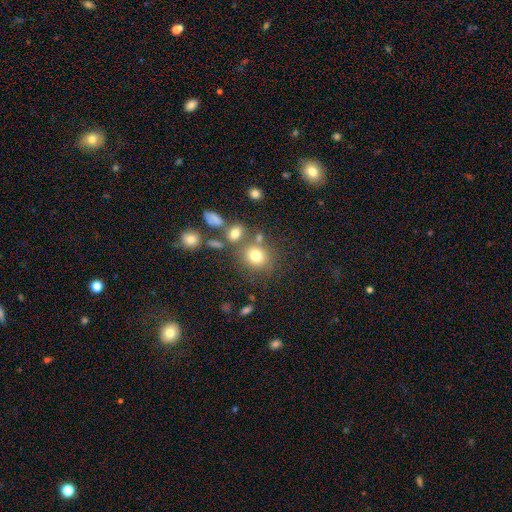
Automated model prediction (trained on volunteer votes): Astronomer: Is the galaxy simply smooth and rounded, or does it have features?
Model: smooth — 75%.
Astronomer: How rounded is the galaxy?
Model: round — 75%.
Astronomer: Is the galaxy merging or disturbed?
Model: none — 66%.